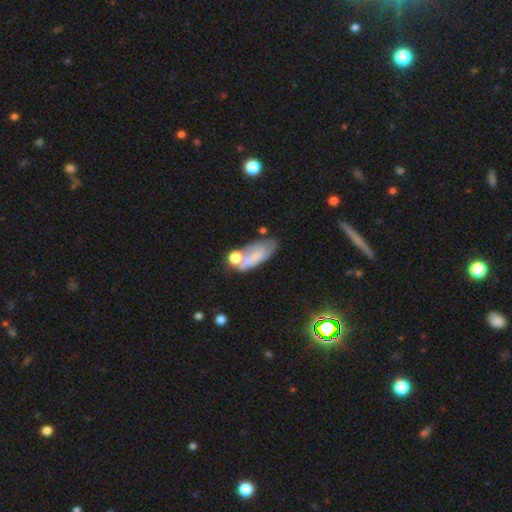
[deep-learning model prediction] Smooth or featured: smooth — 60% (featured or disk — 29%)
How rounded: in between — 79% (cigar-shaped — 16%)
Merging: none — 40% (minor disturbance — 25%)